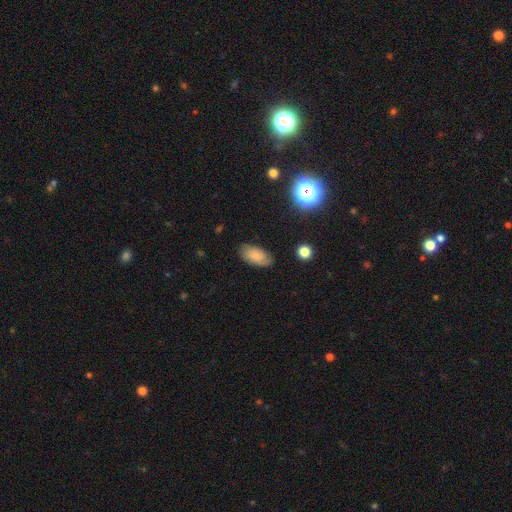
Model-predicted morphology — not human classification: Q: Smooth or featured?
A: smooth (58%); runner-up: featured or disk (32%)
Q: How rounded?
A: in between (92%); runner-up: round (4%)
Q: Merging?
A: none (75%); runner-up: minor disturbance (19%)